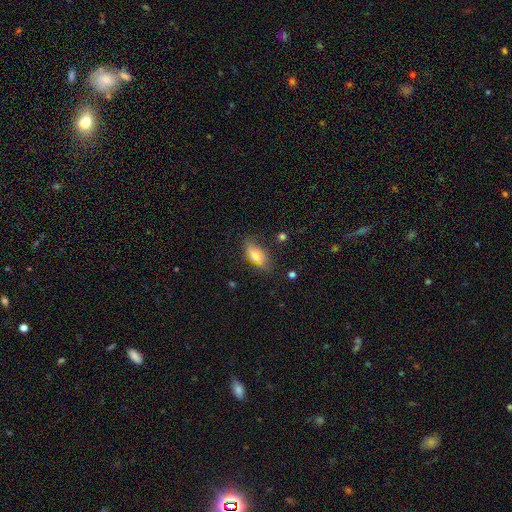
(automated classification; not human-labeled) smooth_or_featured: smooth (p=0.70) [alt: featured or disk p=0.21]
how_rounded: in between (p=0.85) [alt: cigar-shaped p=0.10]
merging: none (p=0.73) [alt: minor disturbance p=0.20]